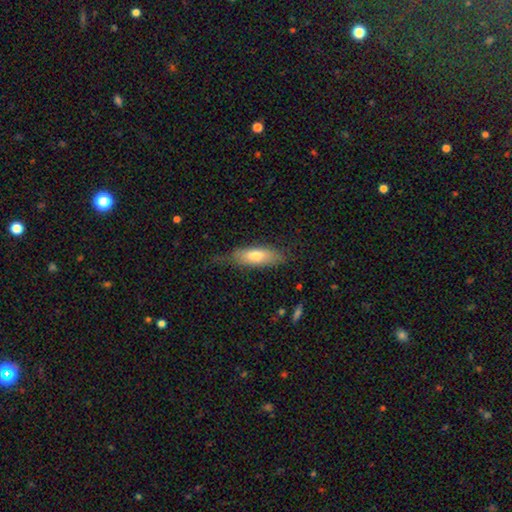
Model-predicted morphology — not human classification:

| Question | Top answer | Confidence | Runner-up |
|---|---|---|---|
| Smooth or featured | smooth | 71% | featured or disk (23%) |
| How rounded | in between | 64% | cigar-shaped (34%) |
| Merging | none | 64% | minor disturbance (25%) |